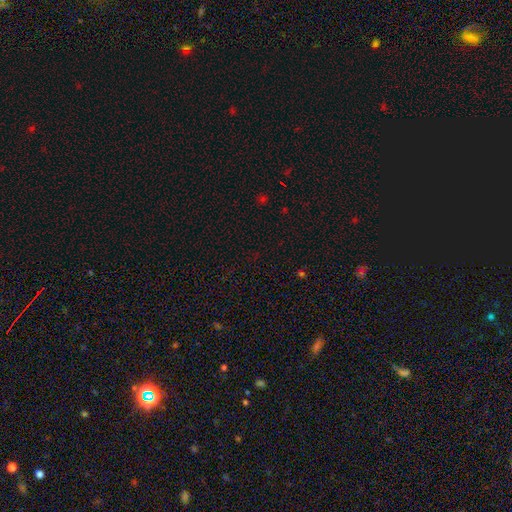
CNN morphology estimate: Smooth or featured? Predicted: star or artifact (p=0.70).